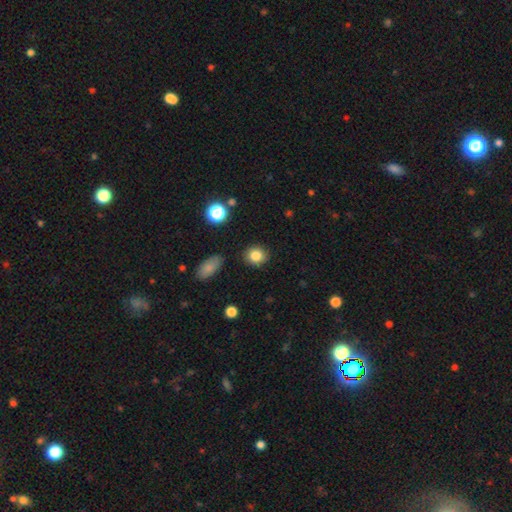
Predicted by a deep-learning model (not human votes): A smooth galaxy with no disk features (84%) that is round (81%). Merging: none (87%).